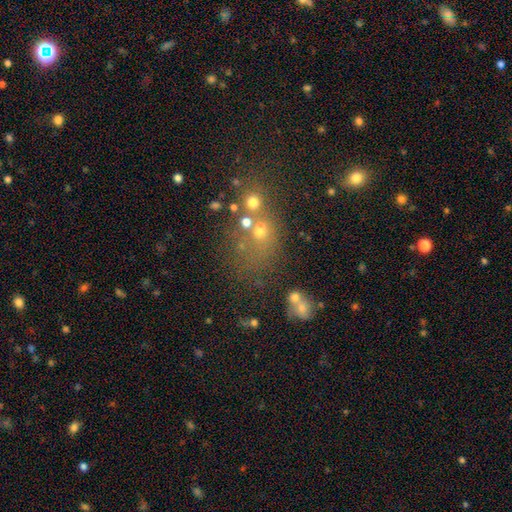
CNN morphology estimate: smooth_or_featured: star or artifact (p=0.45) [alt: smooth p=0.39]